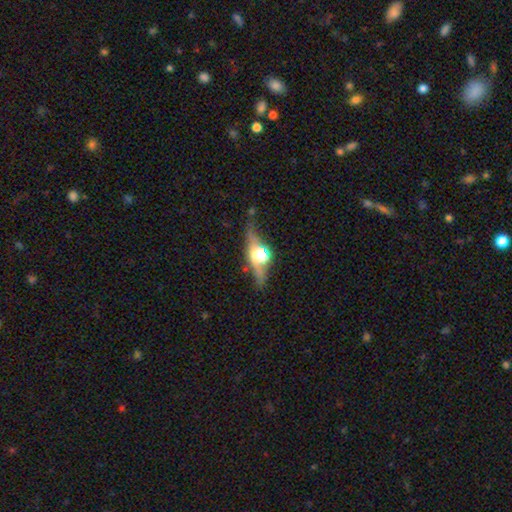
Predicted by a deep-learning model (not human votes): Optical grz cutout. It shows a featured or disk galaxy (69%) viewed edge-on (90%) with a rounded central bulge (95%). Merging: none (77%).